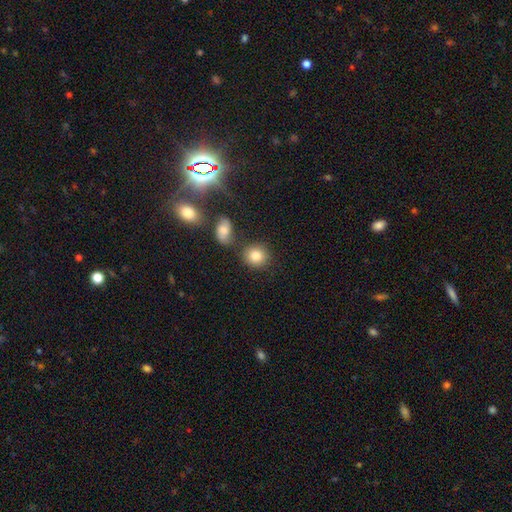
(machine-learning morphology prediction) A smooth galaxy with no disk features (83%) that is round (84%). Merging: none (75%).